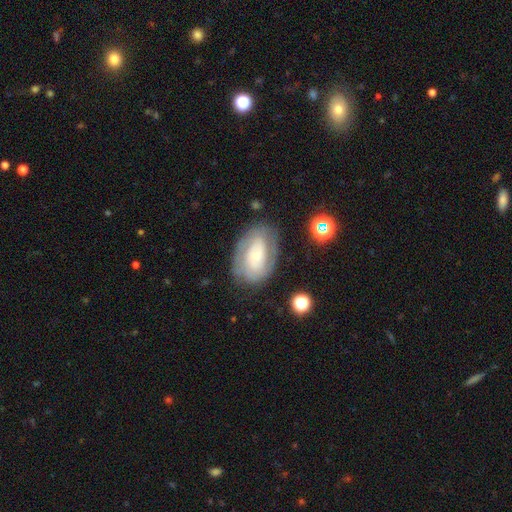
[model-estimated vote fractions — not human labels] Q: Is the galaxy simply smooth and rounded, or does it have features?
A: featured or disk — 66%.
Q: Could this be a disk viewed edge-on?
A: no — 95%.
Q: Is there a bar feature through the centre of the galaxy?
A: no — 67%.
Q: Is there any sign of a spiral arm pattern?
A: yes — 74%.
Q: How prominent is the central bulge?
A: small — 66%.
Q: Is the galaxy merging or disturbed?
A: none — 73%.